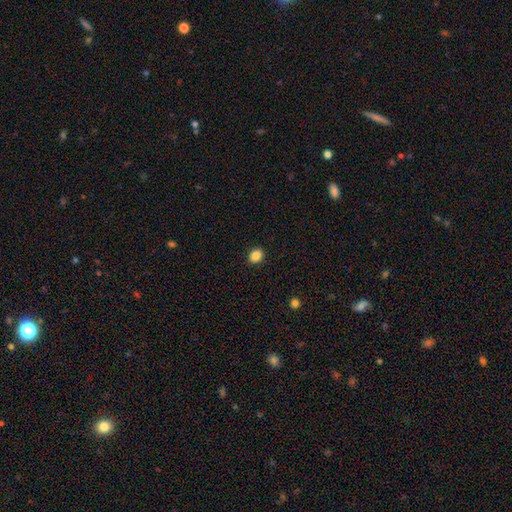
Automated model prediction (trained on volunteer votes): A smooth galaxy with no disk features (87%) that is in between round and cigar-shaped (53%). Merging: none (91%).